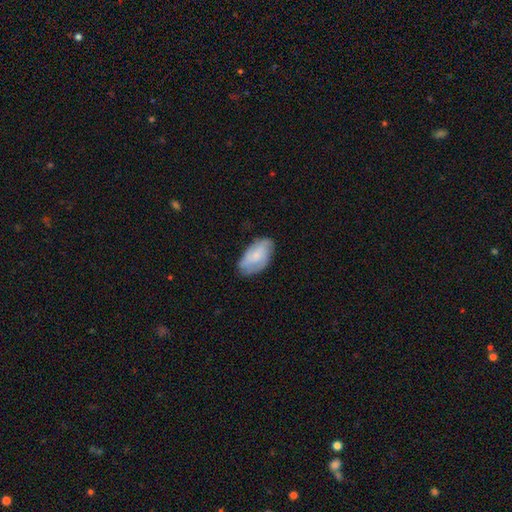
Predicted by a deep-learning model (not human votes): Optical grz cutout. It shows a smooth galaxy with no disk features (53%) that is in between round and cigar-shaped (93%). Merging: none (70%).